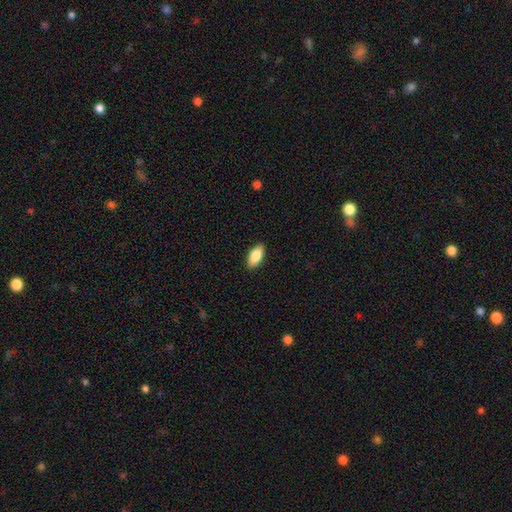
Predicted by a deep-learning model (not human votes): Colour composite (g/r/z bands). It shows a smooth galaxy with no disk features (86%) that is in between round and cigar-shaped (91%). Merging: none (89%).